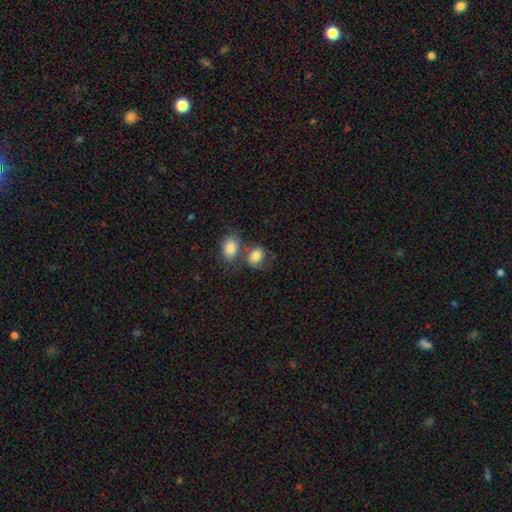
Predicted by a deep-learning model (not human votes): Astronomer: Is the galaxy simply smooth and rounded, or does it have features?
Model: smooth — 76%.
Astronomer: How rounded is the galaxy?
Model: in between — 61% (runner-up: round, 38%).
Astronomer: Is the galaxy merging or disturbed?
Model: merger — 41% (runner-up: none, 36%).